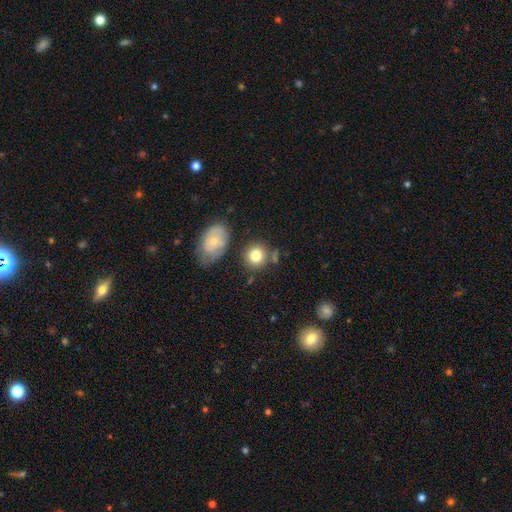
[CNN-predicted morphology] type=smooth (79%); roundness=round (83%); merging=none (71%).